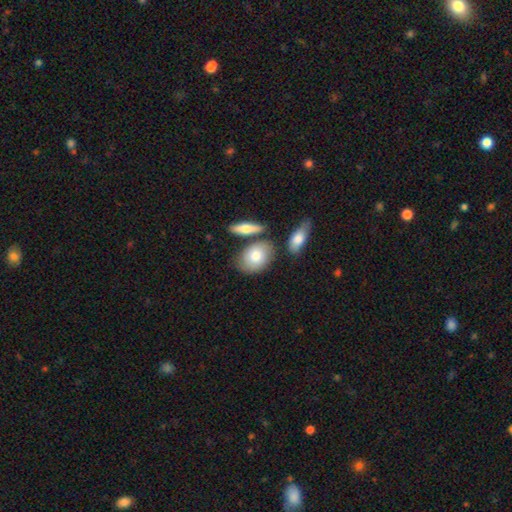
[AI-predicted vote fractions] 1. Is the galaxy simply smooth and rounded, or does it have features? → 74% smooth, 20% featured or disk, 6% star or artifact.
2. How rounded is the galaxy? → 79% in between, 18% round, 3% cigar-shaped.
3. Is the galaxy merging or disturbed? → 65% none, 16% minor disturbance, 15% merger, 4% major disturbance.